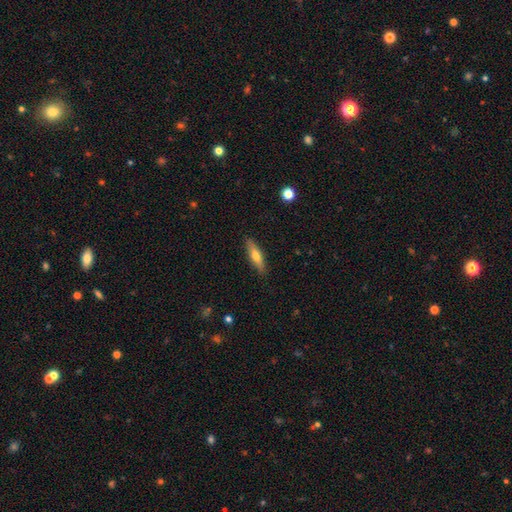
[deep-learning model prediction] The model was most divided on "smooth or featured": smooth: 59%, featured or disk: 35%, star or artifact: 7%. More confident: merging — none (88%); how rounded — cigar-shaped (68%).